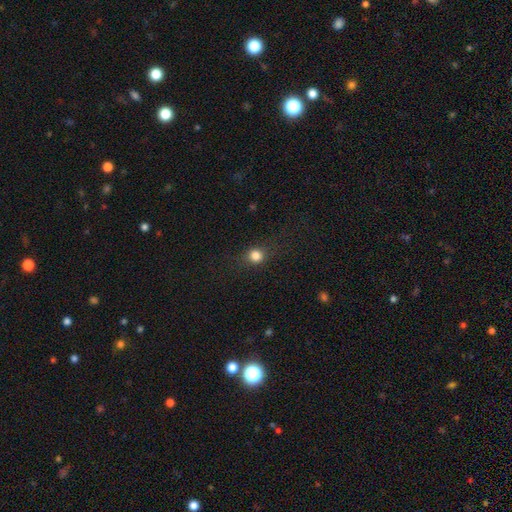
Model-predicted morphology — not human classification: This is clearly a smooth galaxy (80%). How rounded: clearly round (84%). Merging: clearly none (83%).